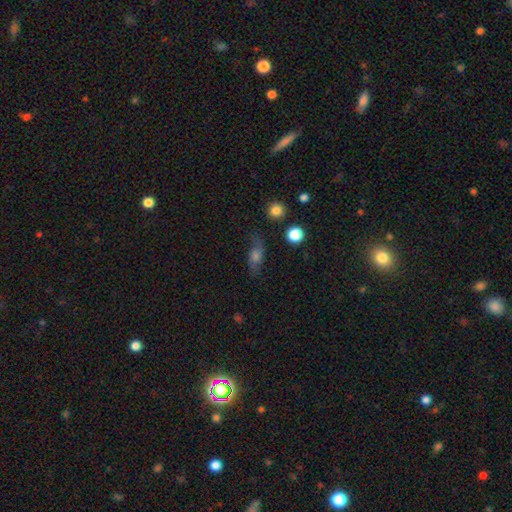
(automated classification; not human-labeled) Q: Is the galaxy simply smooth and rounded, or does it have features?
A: smooth — 47%.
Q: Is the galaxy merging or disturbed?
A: none — 68%.